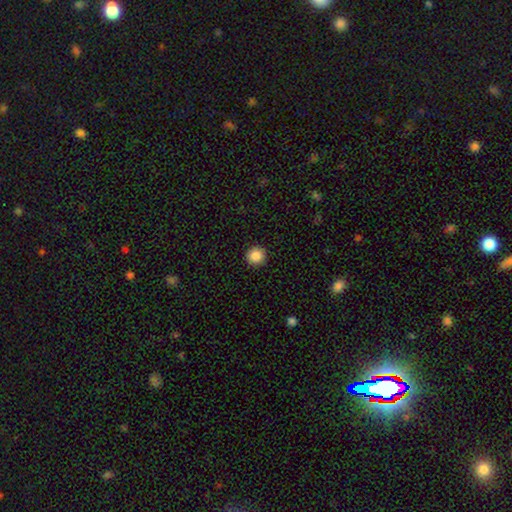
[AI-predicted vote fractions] This appears to be a smooth galaxy with no disk features (88%) that is round (94%). Merging: none (93%).